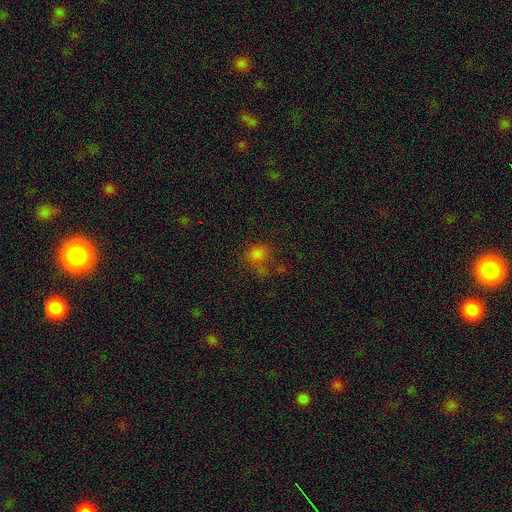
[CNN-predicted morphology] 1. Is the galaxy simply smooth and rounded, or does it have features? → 58% smooth, 32% star or artifact, 10% featured or disk.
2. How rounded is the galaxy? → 77% round, 22% in between, 1% cigar-shaped.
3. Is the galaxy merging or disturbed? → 59% none, 16% minor disturbance, 13% merger, 12% major disturbance.